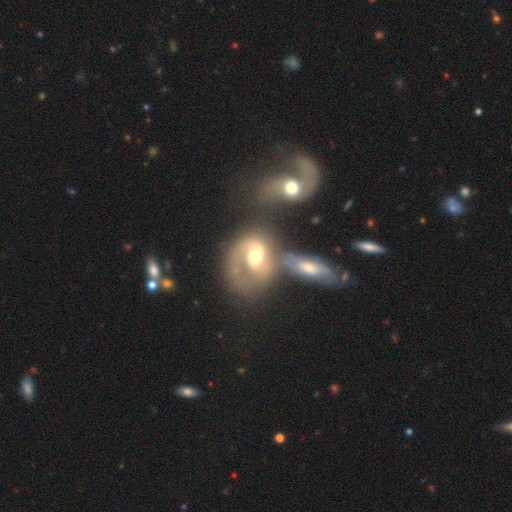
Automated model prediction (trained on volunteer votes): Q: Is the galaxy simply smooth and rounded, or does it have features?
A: featured or disk — 69%.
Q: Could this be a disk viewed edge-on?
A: no — 95%.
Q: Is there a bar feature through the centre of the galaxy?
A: no — 51%.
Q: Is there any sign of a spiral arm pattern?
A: yes — 81%.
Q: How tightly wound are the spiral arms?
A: medium — 42%.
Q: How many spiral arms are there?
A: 2 — 50%.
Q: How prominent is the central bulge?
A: moderate — 70%.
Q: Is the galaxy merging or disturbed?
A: merger — 55%.